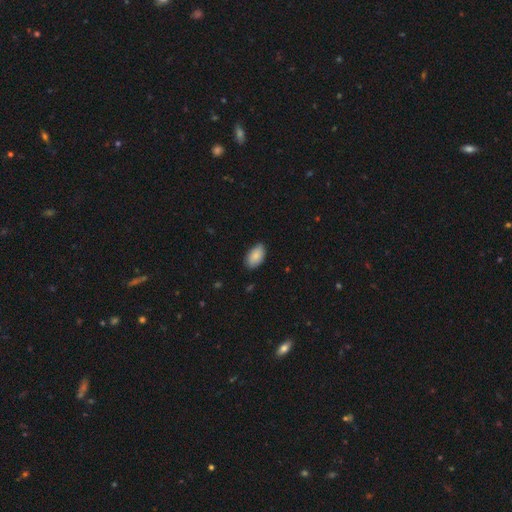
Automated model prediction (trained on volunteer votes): A smooth galaxy with no disk features (87%) that is in between round and cigar-shaped (94%). Merging: none (81%).